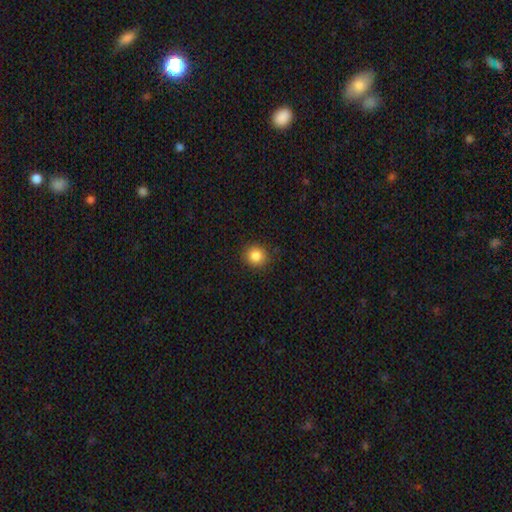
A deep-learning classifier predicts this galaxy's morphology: smooth 86%, star or artifact 10%, featured or disk 4%. Down the decision tree: how rounded — round (85%); merging — none (89%).